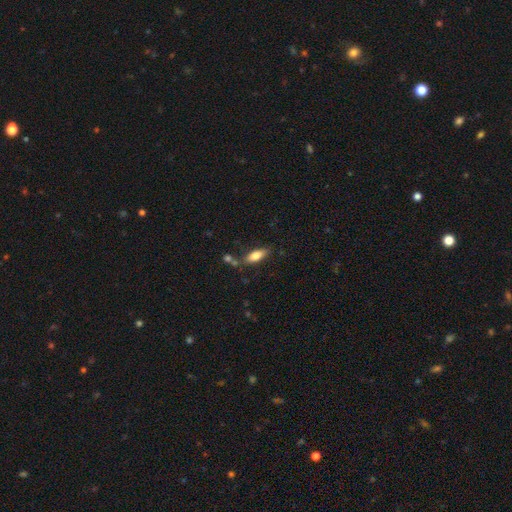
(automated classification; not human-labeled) Smooth or featured: smooth — 76% (featured or disk — 17%)
How rounded: in between — 70% (cigar-shaped — 28%)
Merging: none — 73% (minor disturbance — 15%)